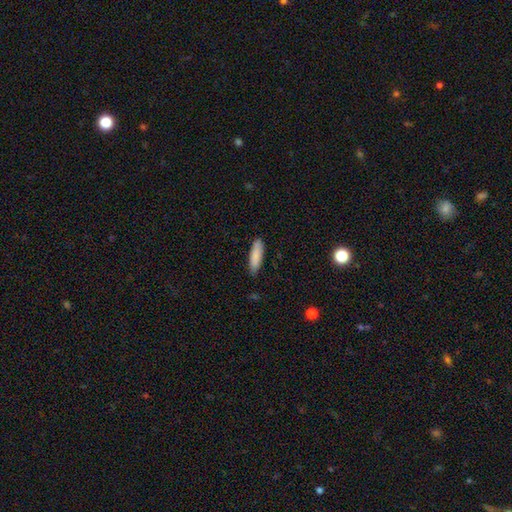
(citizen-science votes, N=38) Smooth or featured? 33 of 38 (87%) said smooth. How rounded? 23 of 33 (70%) said cigar-shaped. Merging? 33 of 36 (92%) said none.